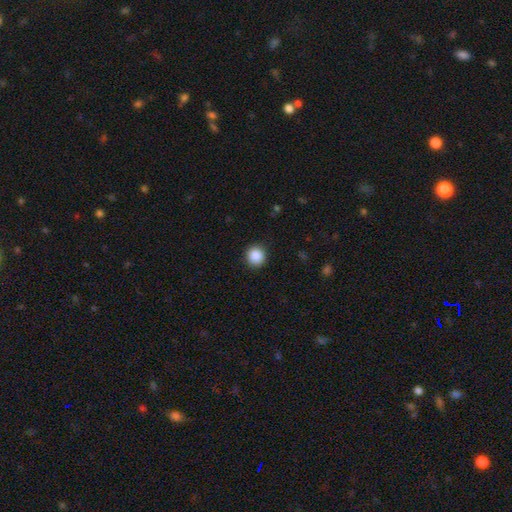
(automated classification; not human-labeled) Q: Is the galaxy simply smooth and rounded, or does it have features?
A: smooth — 88%.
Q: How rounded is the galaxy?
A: round — 92%.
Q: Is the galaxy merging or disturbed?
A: none — 91%.